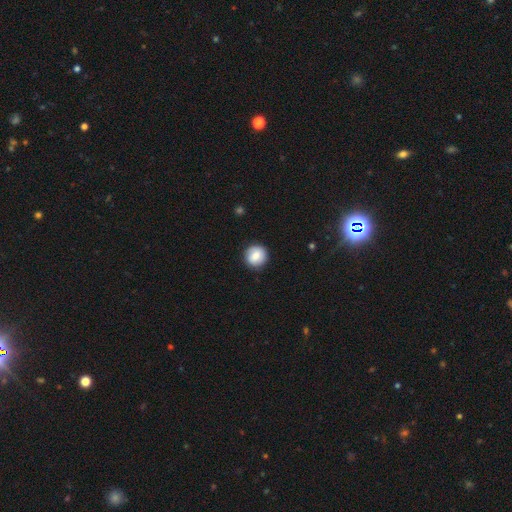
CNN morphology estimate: Smooth or featured? Predicted: smooth (p=0.78). How rounded? Predicted: round (p=0.93). Merging? Predicted: none (p=0.89).